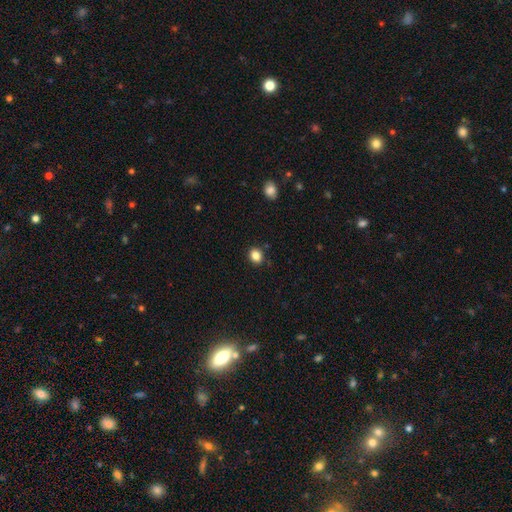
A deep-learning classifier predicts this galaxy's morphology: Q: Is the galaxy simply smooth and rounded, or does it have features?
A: smooth — 85%.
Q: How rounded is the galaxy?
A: round — 61%.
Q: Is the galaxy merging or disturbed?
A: none — 88%.